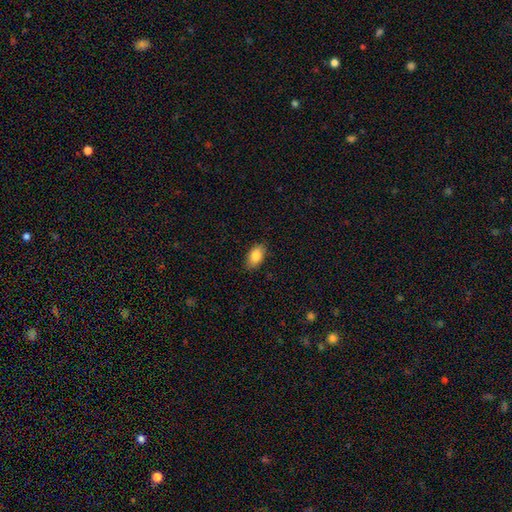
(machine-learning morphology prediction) Overall: smooth (86%). How rounded: in between (92%). Merging: none (85%).